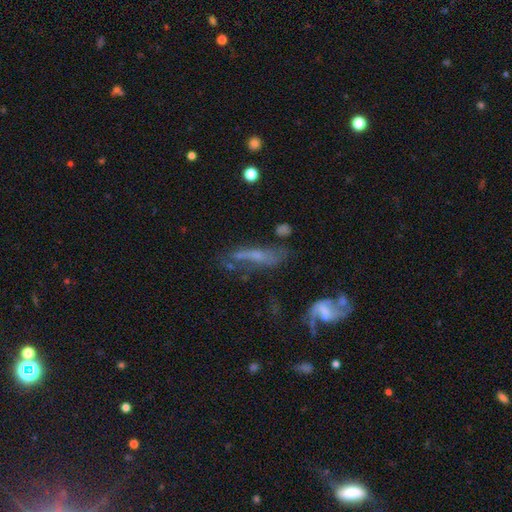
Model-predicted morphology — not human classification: Q: Smooth or featured?
A: featured or disk (56%); runner-up: smooth (29%)
Q: Edge-on disk?
A: no (65%); runner-up: yes (35%)
Q: Merging?
A: none (44%); runner-up: minor disturbance (23%)